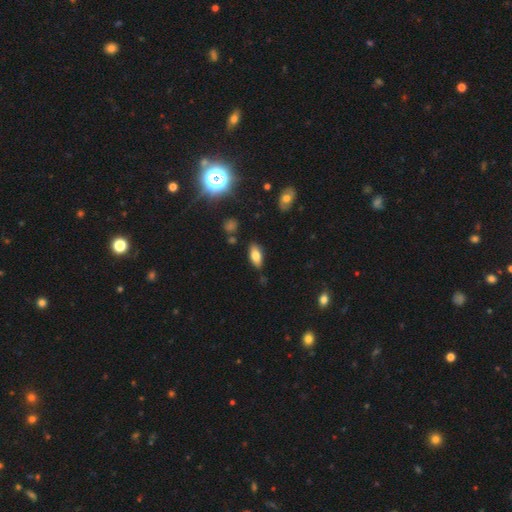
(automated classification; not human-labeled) smooth-or-featured: smooth: 74% | featured or disk: 17% | star or artifact: 9%
  how-rounded: in between: 87% | cigar-shaped: 10% | round: 3%
  merging: none: 76% | minor disturbance: 17% | major disturbance: 3% | merger: 3%